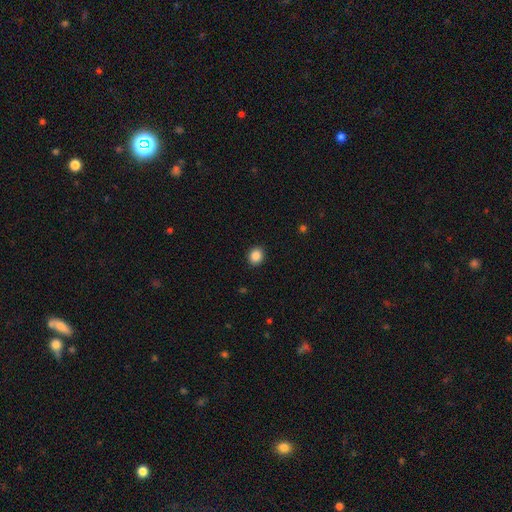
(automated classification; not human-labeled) The model was most divided on "how rounded": round: 76%, in between: 24%, cigar-shaped: 1%. More confident: merging — none (92%); smooth or featured — smooth (87%).